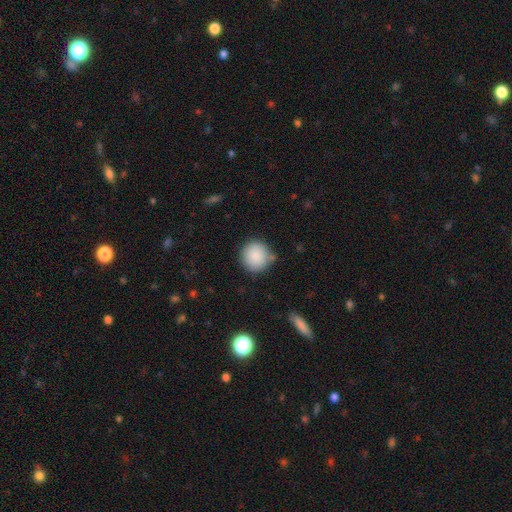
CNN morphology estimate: Smooth or featured? Predicted: smooth (p=0.88). How rounded? Predicted: round (p=0.90). Merging? Predicted: none (p=0.81).